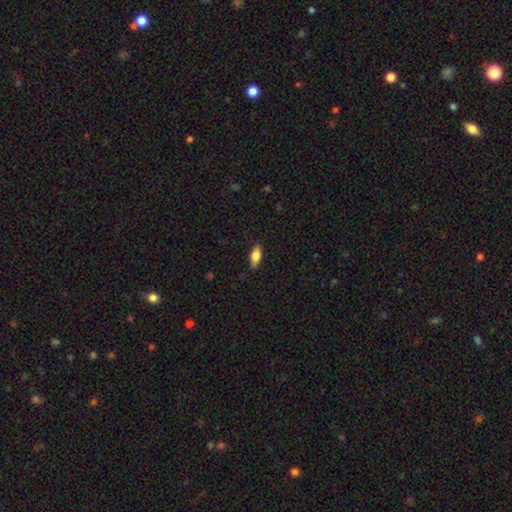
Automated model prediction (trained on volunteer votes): smooth 78%, featured or disk 15%, star or artifact 7%. Down the decision tree: how rounded — in between (84%); merging — none (85%).